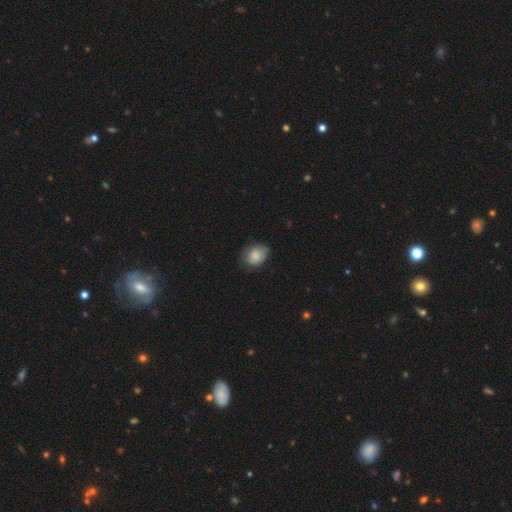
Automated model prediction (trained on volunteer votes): smooth 78%, featured or disk 15%, star or artifact 8%. Down the decision tree: how rounded — in between (56%); merging — none (62%).